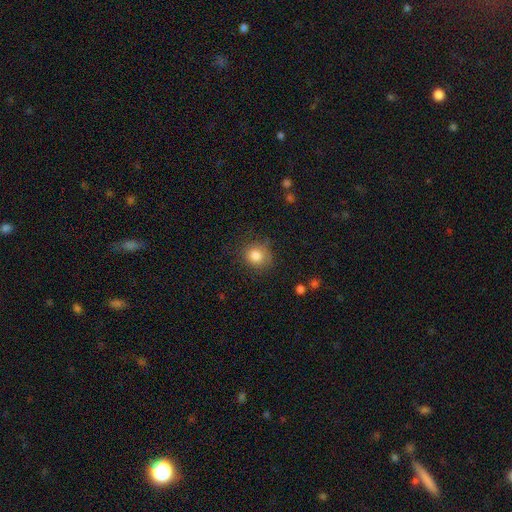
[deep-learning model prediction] This appears to be a smooth galaxy with no disk features (84%) that is round (79%). Merging: none (75%).